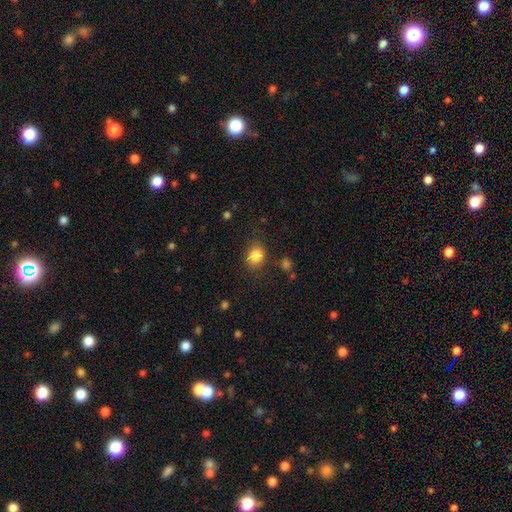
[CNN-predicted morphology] Smooth or featured: smooth — 84% (star or artifact — 10%)
How rounded: round — 51% (in between — 48%)
Merging: none — 82% (minor disturbance — 12%)